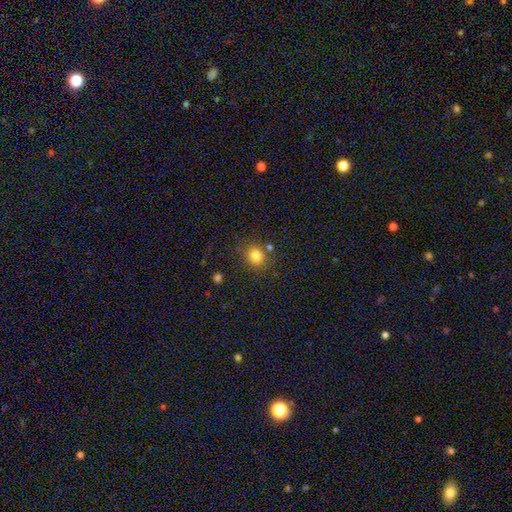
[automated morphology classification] Q: Smooth or featured?
A: smooth (80%); runner-up: star or artifact (13%)
Q: How rounded?
A: round (82%); runner-up: in between (17%)
Q: Merging?
A: none (78%); runner-up: minor disturbance (11%)